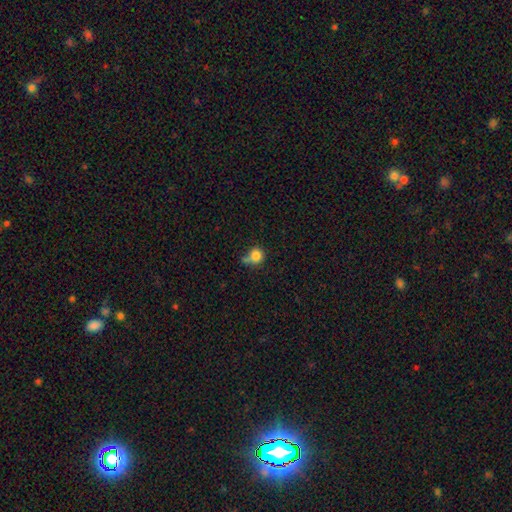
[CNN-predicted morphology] This is clearly a smooth galaxy (83%). How rounded: clearly round (88%). Merging: possibly none (50%).